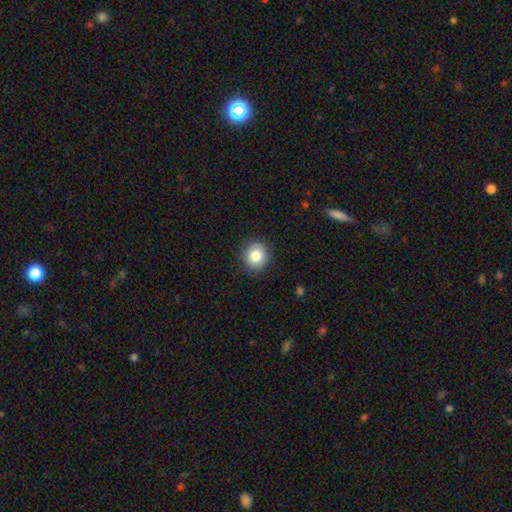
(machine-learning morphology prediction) smooth 82%, star or artifact 10%, featured or disk 8%. Down the decision tree: how rounded — round (83%); merging — none (90%).